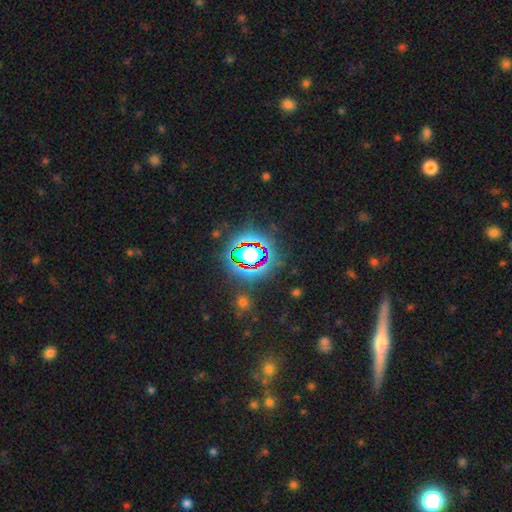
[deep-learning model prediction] Overall: star or artifact (77%).